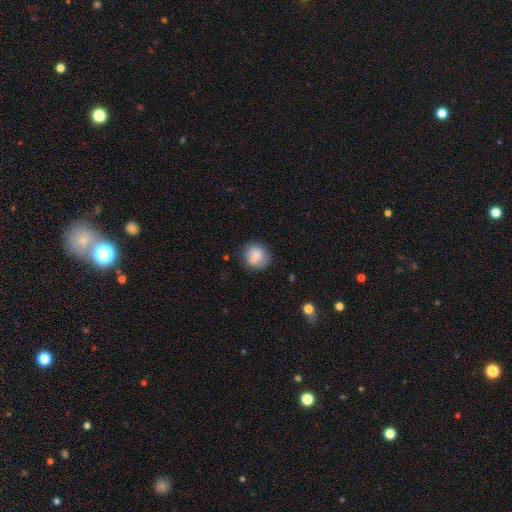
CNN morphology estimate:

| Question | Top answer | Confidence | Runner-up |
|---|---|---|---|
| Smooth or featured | smooth | 80% | featured or disk (12%) |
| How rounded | round | 86% | in between (13%) |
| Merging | none | 70% | minor disturbance (17%) |